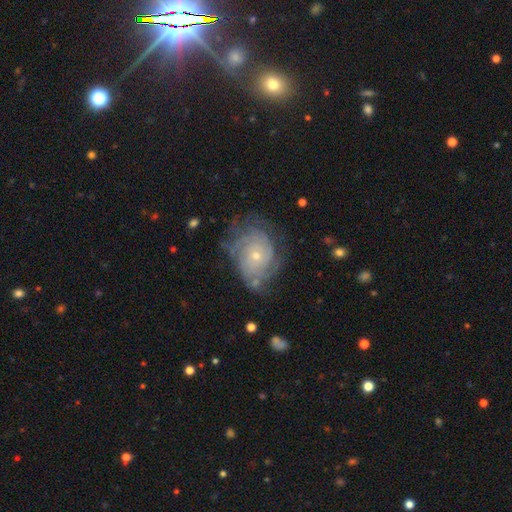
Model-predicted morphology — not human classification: The model was most divided on "spiral arm count": can't tell: 49%, 3: 13%, 2: 13%, 4: 13%, more than 4: 7%, 1: 5%. More confident: edge-on disk — no (97%); spiral arms — yes (89%); bar — no (83%); smooth or featured — featured or disk (76%); bulge size — small (71%); spiral winding — tight (70%); merging — none (63%).